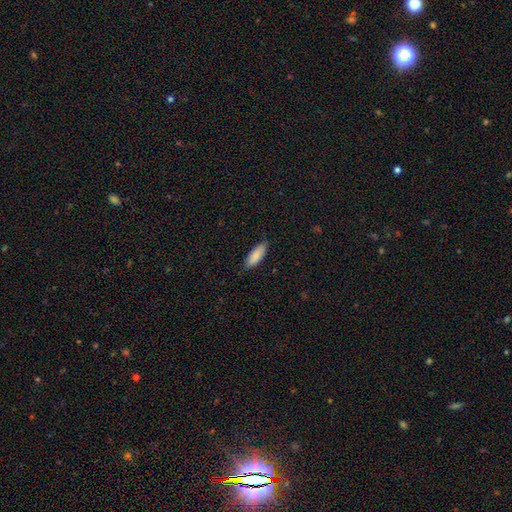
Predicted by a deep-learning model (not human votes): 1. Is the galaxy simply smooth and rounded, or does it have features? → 88% smooth, 6% featured or disk, 6% star or artifact.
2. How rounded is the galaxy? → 67% in between, 31% cigar-shaped, 1% round.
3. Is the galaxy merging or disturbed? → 82% none, 15% minor disturbance, 2% major disturbance, 1% merger.